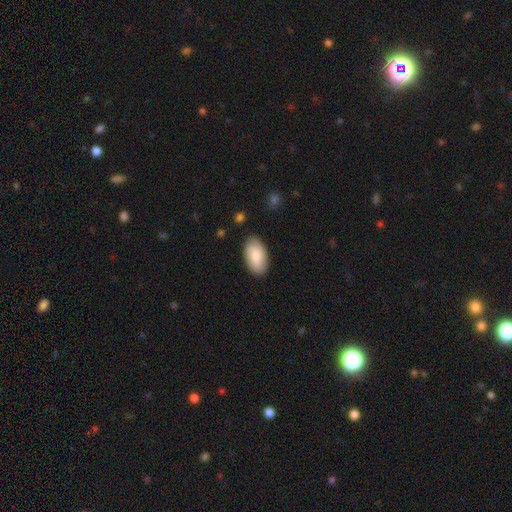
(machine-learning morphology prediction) Smooth or featured? smooth (81%)
How rounded? in between (95%)
Merging? none (85%)